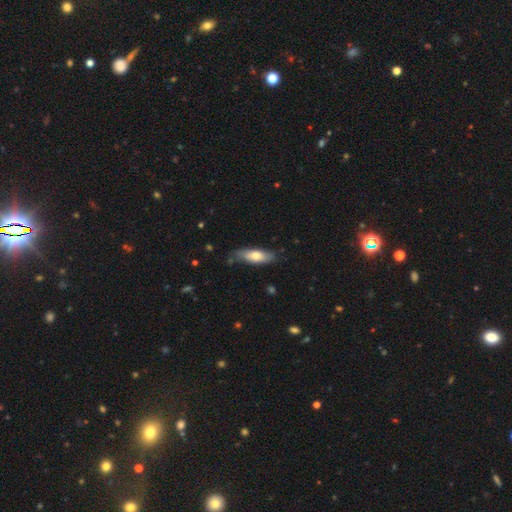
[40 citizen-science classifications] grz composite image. It shows a smooth galaxy with no disk features (72%) that is in between round and cigar-shaped (52%). Merging: none (82%).